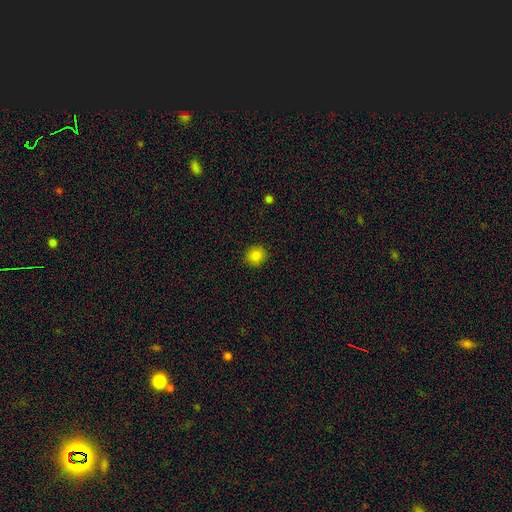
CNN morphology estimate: A smooth galaxy with no disk features (84%) that is round (89%).

Vote fractions:
- Smooth or featured? smooth: 84% / star or artifact: 11% / featured or disk: 5%
- How rounded? round: 89% / in between: 10% / cigar-shaped: 1%
- Merging? none: 91% / minor disturbance: 6% / major disturbance: 2% / merger: 1%